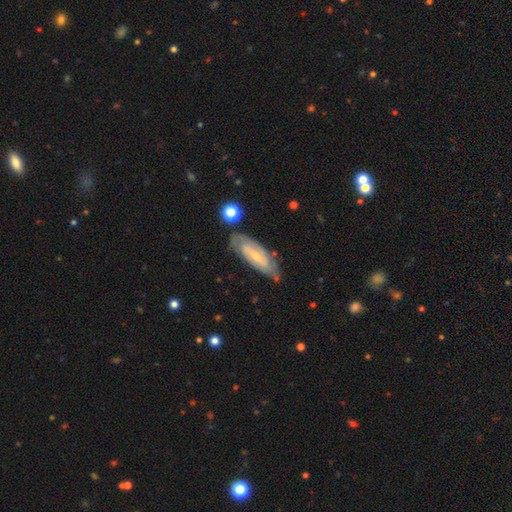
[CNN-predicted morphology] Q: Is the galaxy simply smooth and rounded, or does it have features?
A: featured or disk — 56%.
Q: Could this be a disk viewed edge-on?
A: no — 78%.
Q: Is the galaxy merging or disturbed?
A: none — 69%.